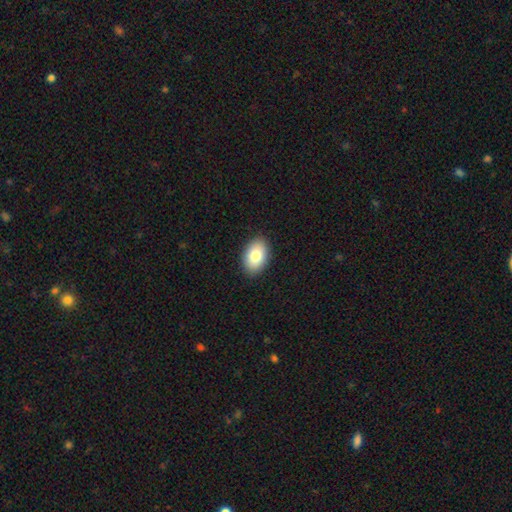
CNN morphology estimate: Smooth or featured?
  - smooth: 81% *
  - featured or disk: 12%
  - star or artifact: 7%
How rounded?
  - in between: 88% *
  - round: 11%
  - cigar-shaped: 1%
Merging?
  - none: 90% *
  - minor disturbance: 8%
  - major disturbance: 2%
  - merger: 1%